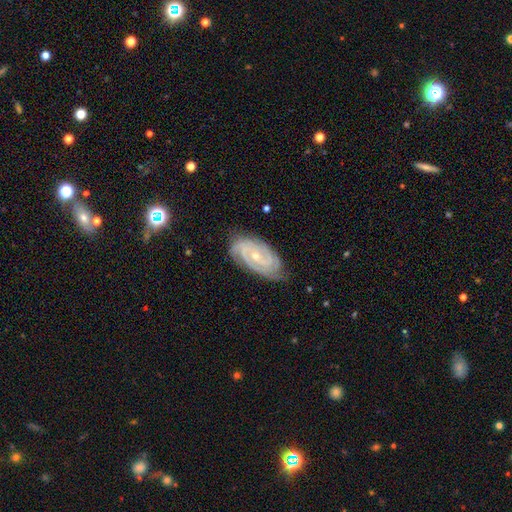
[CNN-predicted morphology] Smooth or featured? featured or disk (87%)
Edge-on disk? no (96%)
Bar? no (53%)
Spiral arms? yes (98%)
Spiral winding? tight (68%)
Spiral arm count? 2 (44%)
Bulge size? small (69%)
Merging? none (77%)